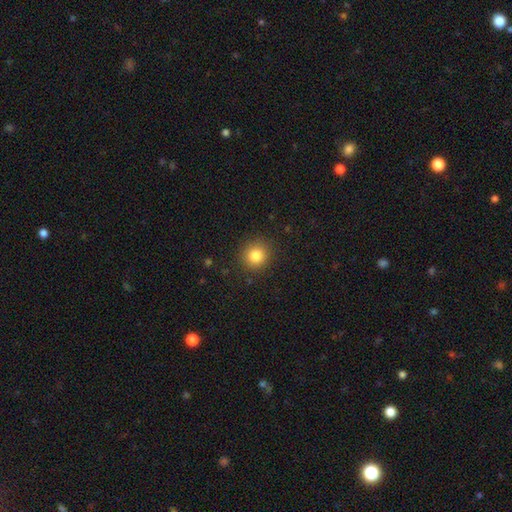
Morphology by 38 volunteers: Smooth or featured? smooth (87%)
How rounded? round (94%)
Merging? none (71%)